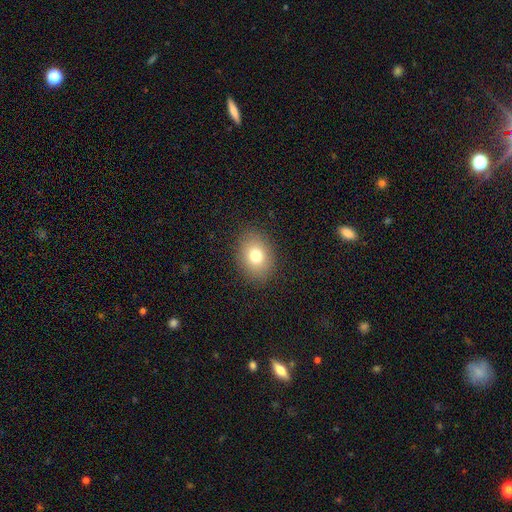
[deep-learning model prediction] Smooth or featured? smooth (77%)
How rounded? in between (61%)
Merging? none (88%)